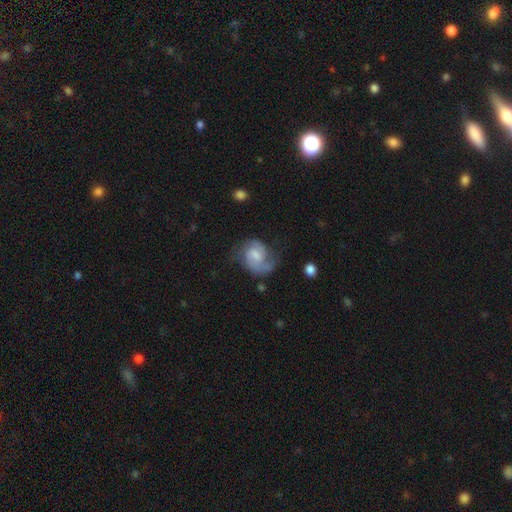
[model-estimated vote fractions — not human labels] A featured or disk galaxy (75%) with a weak bar (51%), 2 (73%) medium (50%) spiral arms (95%) and a moderate central bulge (37%, tied with small). Merging: none (56%).